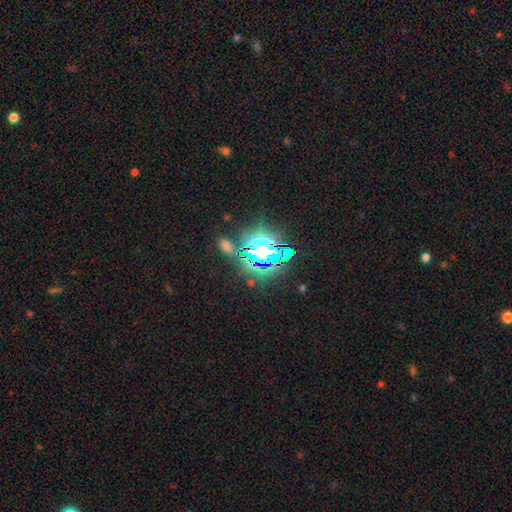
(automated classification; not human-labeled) This appears to be a star or artifact, not a galaxy (79%).